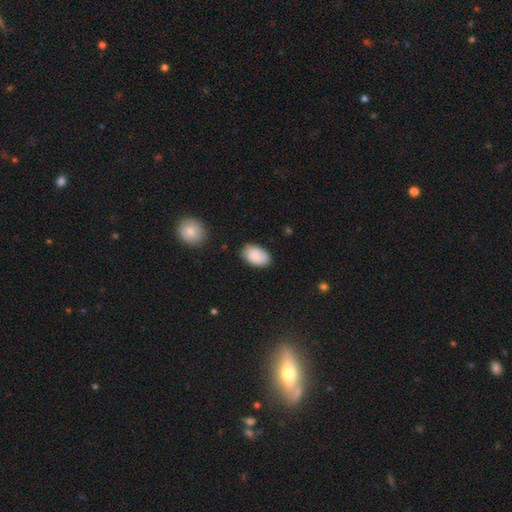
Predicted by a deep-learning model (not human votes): A smooth galaxy with no disk features (87%) that is in between round and cigar-shaped (92%).

Vote fractions:
- Smooth or featured? smooth: 87% / featured or disk: 6% / star or artifact: 6%
- How rounded? in between: 92% / round: 7% / cigar-shaped: 1%
- Merging? none: 80% / minor disturbance: 16% / major disturbance: 3% / merger: 2%